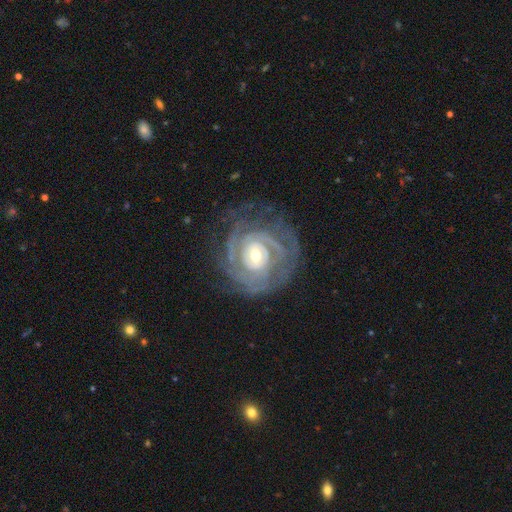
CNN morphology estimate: featured or disk 87%, smooth 7%, star or artifact 6%. Down the decision tree: edge-on disk — no (97%); bar — no (51%); spiral arms — yes (95%); spiral arm count — can't tell (32%); spiral winding — tight (80%); bulge size — small (51%); merging — none (76%).